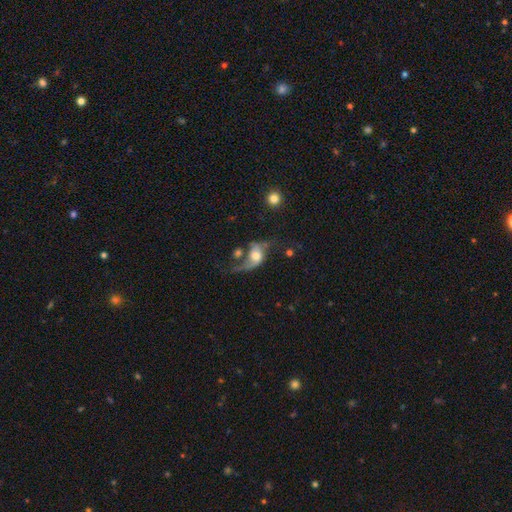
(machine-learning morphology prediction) Smooth or featured? featured or disk (62%)
Edge-on disk? no (94%)
Bar? no (66%)
Spiral arms? yes (81%)
Bulge size? moderate (56%)
Merging? major disturbance (37%)